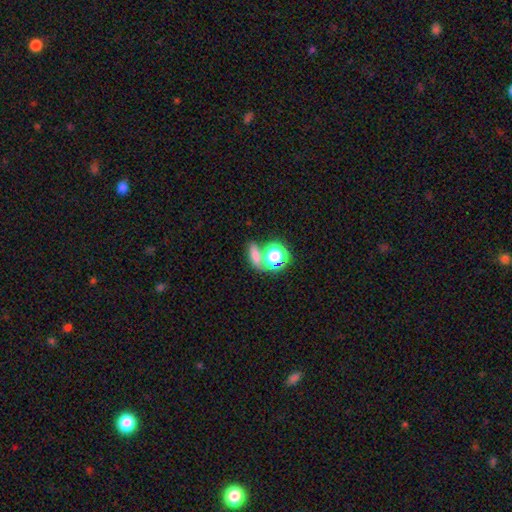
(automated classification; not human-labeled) Overall: smooth (70%). How rounded: in between (48%; round 38%). Merging: none (58%; merger 28%).